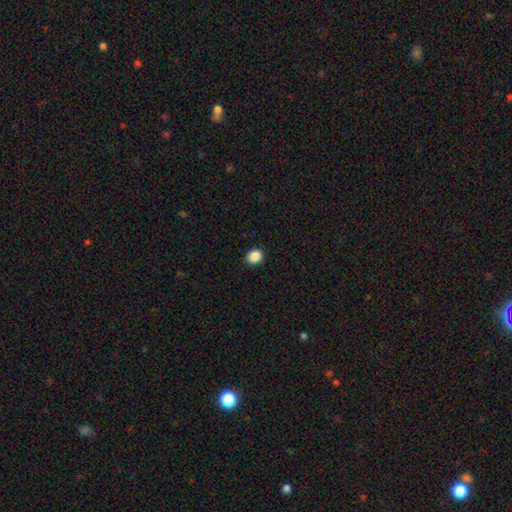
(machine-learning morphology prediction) This is clearly a smooth galaxy (88%). How rounded: likely round (75%). Merging: clearly none (92%).